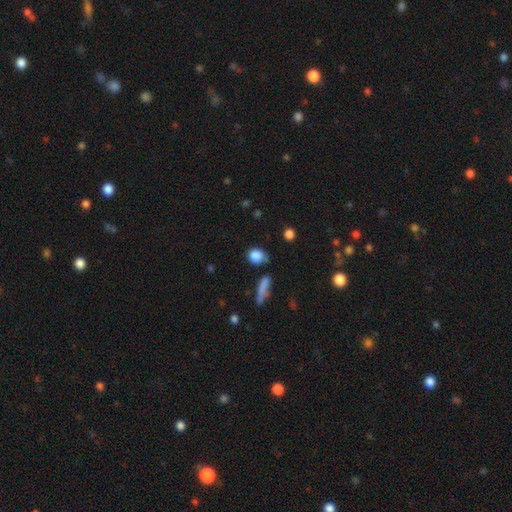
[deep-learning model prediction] A smooth galaxy with no disk features (84%) that is round (65%). Merging: none (61%).